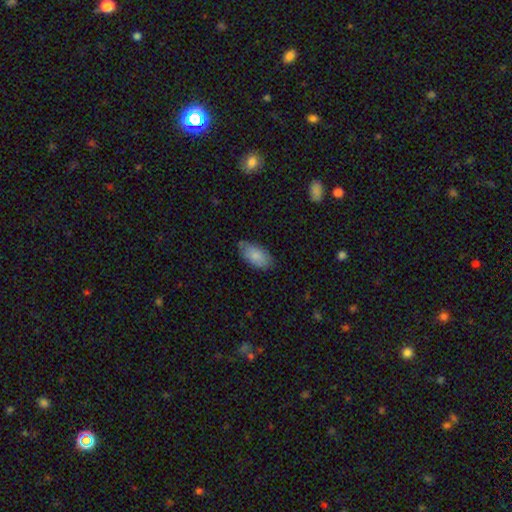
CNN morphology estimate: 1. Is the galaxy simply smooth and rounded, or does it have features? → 85% smooth, 9% featured or disk, 6% star or artifact.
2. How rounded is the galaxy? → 93% in between, 4% cigar-shaped, 3% round.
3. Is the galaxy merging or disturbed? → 74% none, 21% minor disturbance, 4% major disturbance, 1% merger.